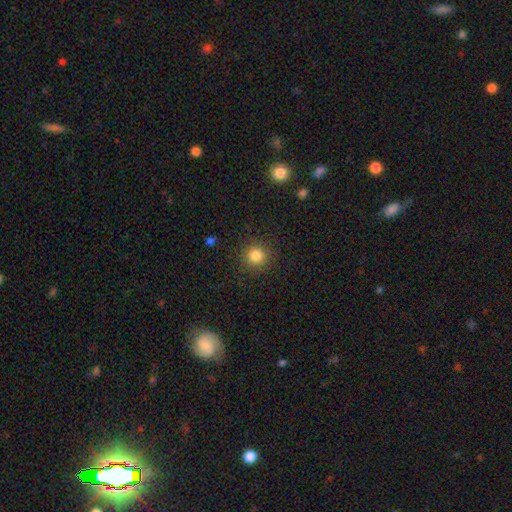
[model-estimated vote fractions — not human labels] Smooth or featured: smooth — 83% (star or artifact — 12%)
How rounded: round — 94% (in between — 5%)
Merging: none — 89% (minor disturbance — 7%)